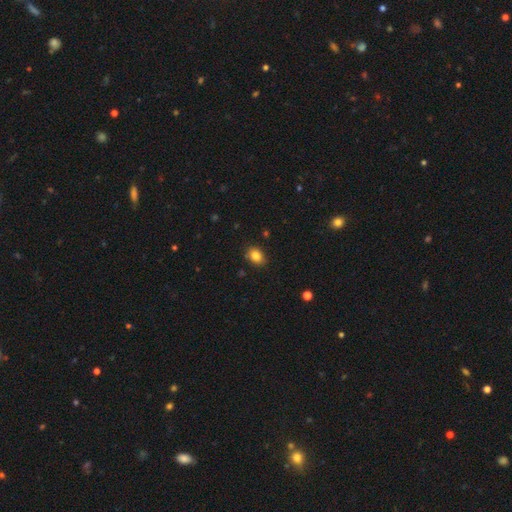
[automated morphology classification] This appears to be a smooth galaxy with no disk features (84%) that is in between round and cigar-shaped (65%). Merging: none (84%).